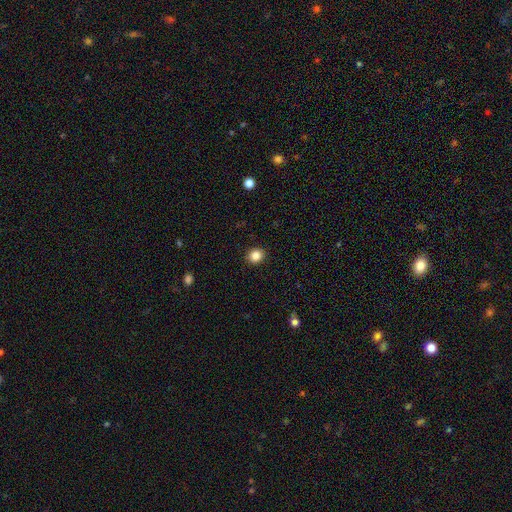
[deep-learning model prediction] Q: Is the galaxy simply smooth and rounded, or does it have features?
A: smooth — 86%.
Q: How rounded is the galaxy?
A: round — 74%.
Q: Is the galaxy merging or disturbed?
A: none — 92%.